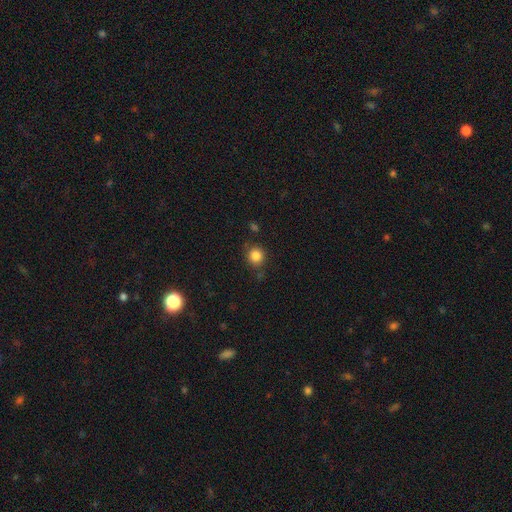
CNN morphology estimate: The model was most divided on "merging": none: 80%, minor disturbance: 12%, merger: 4%, major disturbance: 4%. More confident: how rounded — round (89%); smooth or featured — smooth (84%).